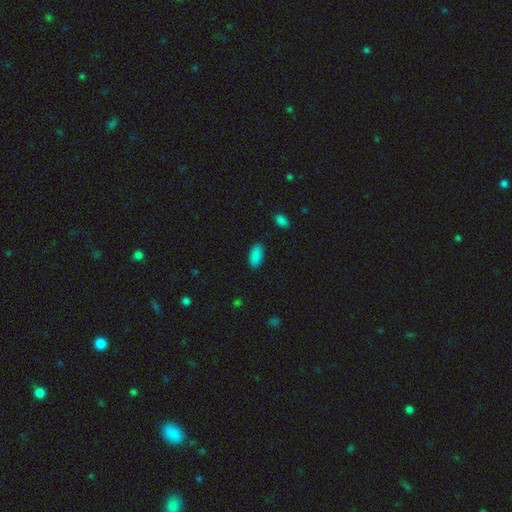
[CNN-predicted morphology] The model was most divided on "merging": none: 86%, minor disturbance: 10%, major disturbance: 2%, merger: 1%. More confident: how rounded — in between (92%); smooth or featured — smooth (88%).